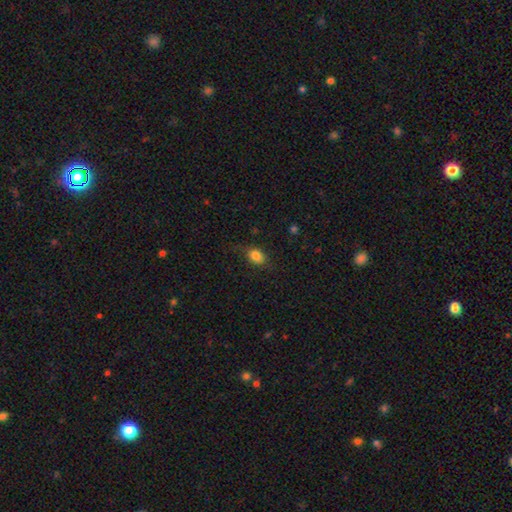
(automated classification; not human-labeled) smooth_or_featured: smooth (p=0.83) [alt: star or artifact p=0.09]
how_rounded: in between (p=0.72) [alt: round p=0.26]
merging: none (p=0.71) [alt: minor disturbance p=0.20]